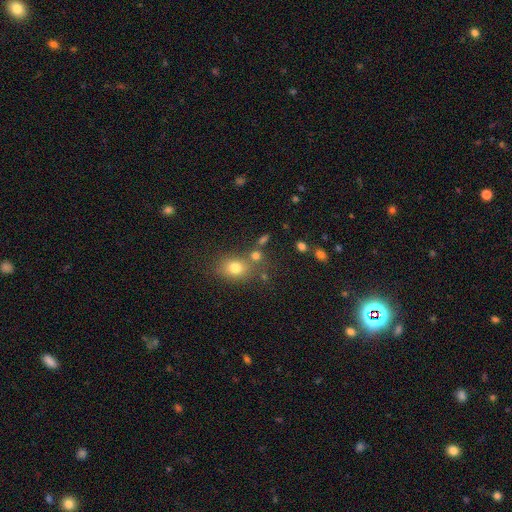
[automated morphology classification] smooth-or-featured: smooth: 72% | star or artifact: 17% | featured or disk: 11%
  how-rounded: round: 53% | in between: 45% | cigar-shaped: 2%
  merging: none: 61% | merger: 21% | minor disturbance: 12% | major disturbance: 6%